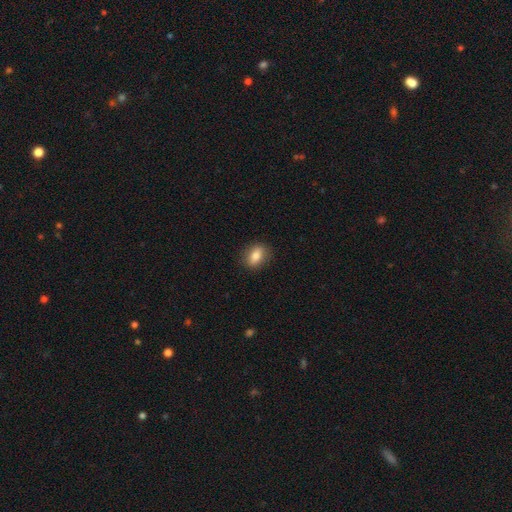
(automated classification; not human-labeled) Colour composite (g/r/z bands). It shows a smooth galaxy with no disk features (81%) that is in between round and cigar-shaped (75%). Merging: none (87%).